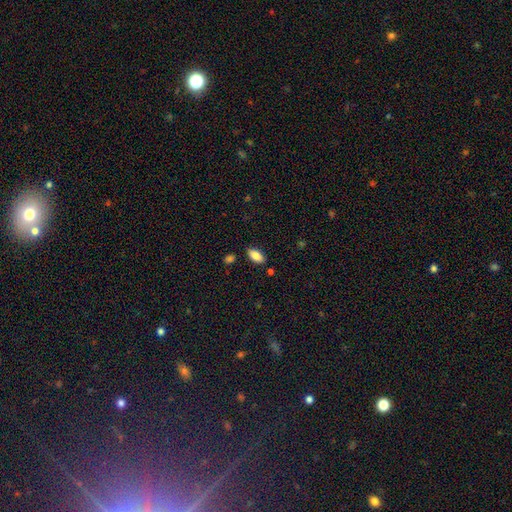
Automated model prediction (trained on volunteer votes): The model was most divided on "merging": none: 85%, minor disturbance: 10%, merger: 2%, major disturbance: 2%. More confident: how rounded — in between (91%); smooth or featured — smooth (86%).